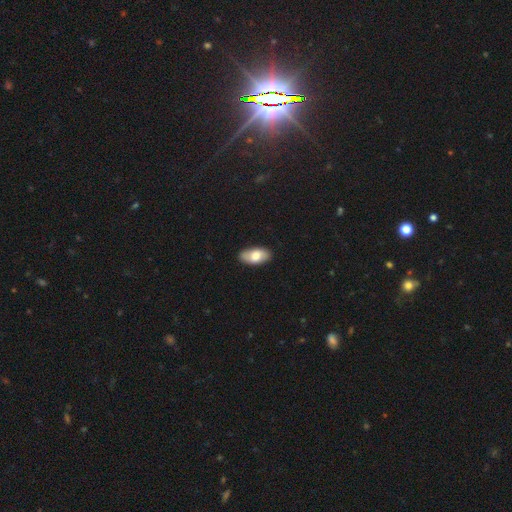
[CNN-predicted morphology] The model was most divided on "smooth or featured": smooth: 70%, featured or disk: 24%, star or artifact: 6%. More confident: how rounded — in between (93%); merging — none (87%).